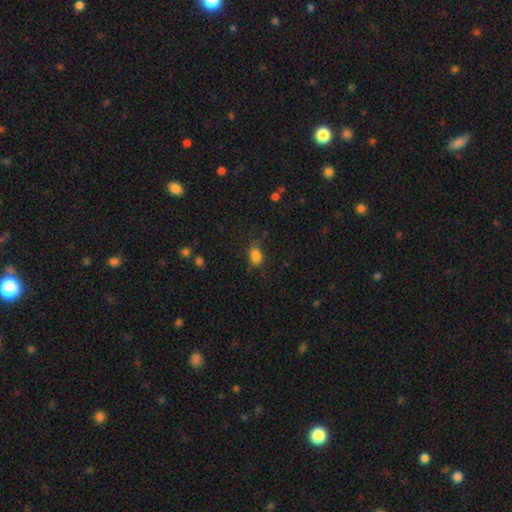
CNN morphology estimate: Smooth or featured? Predicted: smooth (p=0.84). How rounded? Predicted: in between (p=0.79). Merging? Predicted: none (p=0.66).